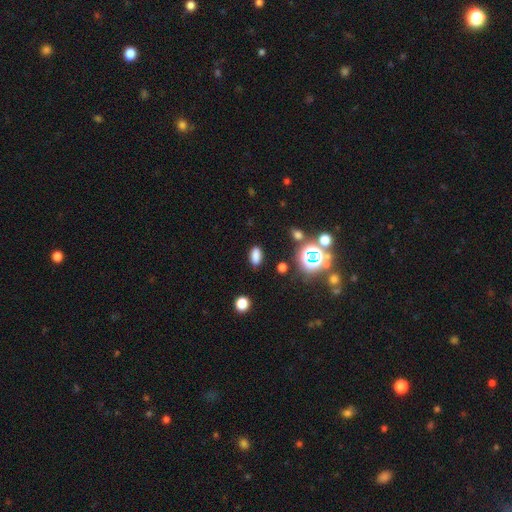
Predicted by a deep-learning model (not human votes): The model was most divided on "smooth or featured": smooth: 77%, star or artifact: 17%, featured or disk: 6%. More confident: how rounded — in between (86%); merging — none (85%).